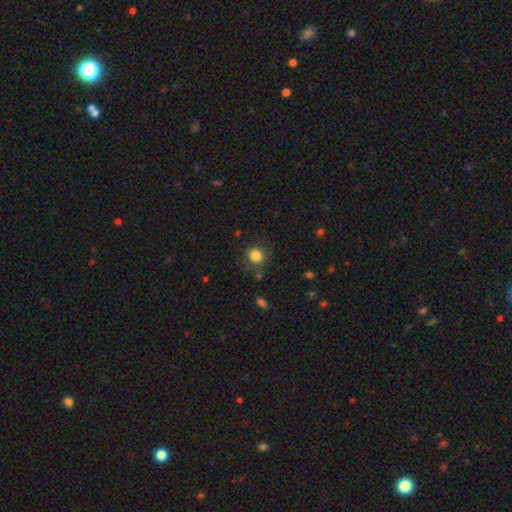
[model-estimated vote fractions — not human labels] smooth_or_featured: smooth (p=0.83) [alt: star or artifact p=0.11]
how_rounded: round (p=0.80) [alt: in between p=0.20]
merging: none (p=0.77) [alt: minor disturbance p=0.15]